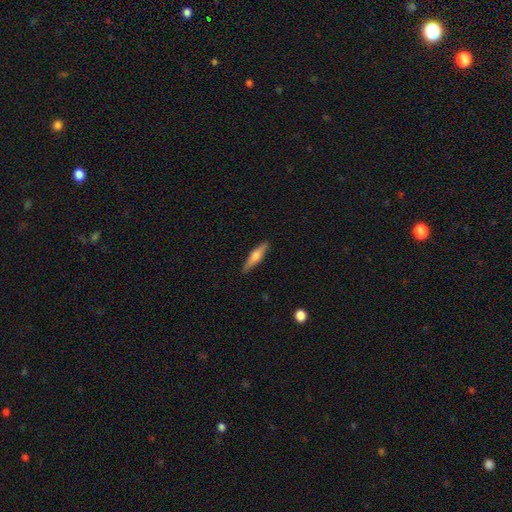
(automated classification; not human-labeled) Morphology: type=smooth (49%); merging=none (90%).